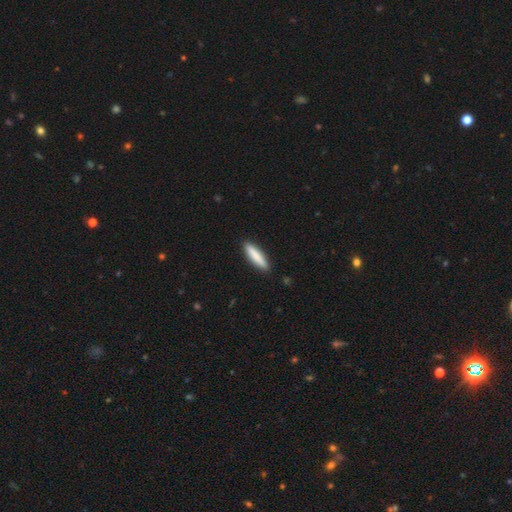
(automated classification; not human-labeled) Morphology: type=smooth (84%); roundness=cigar-shaped (80%); merging=none (91%).